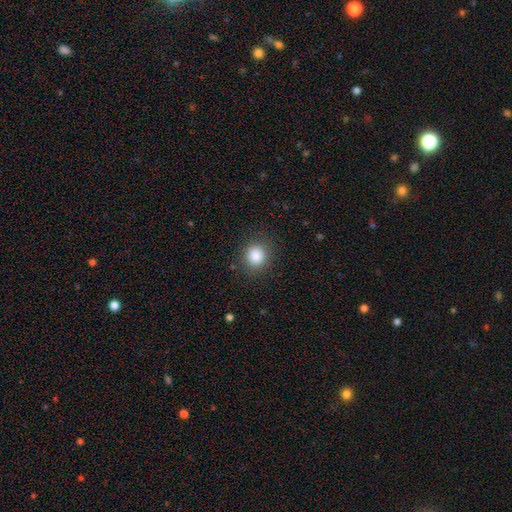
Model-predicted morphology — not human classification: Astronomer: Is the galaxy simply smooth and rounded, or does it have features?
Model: smooth — 86%.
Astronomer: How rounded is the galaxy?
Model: round — 81%.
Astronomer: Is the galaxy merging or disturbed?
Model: none — 86%.